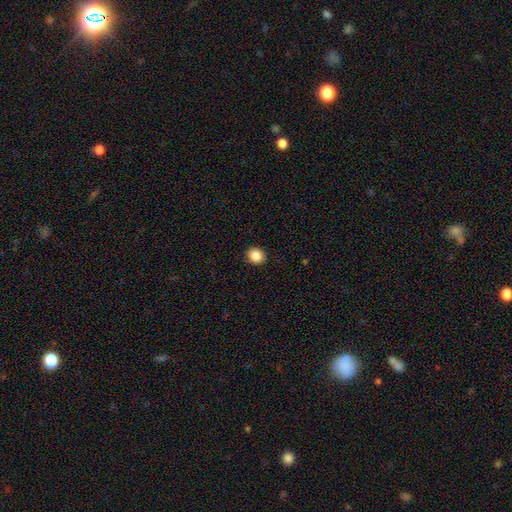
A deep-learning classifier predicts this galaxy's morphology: Smooth or featured? Predicted: smooth (p=0.87). How rounded? Predicted: round (p=0.83). Merging? Predicted: none (p=0.92).